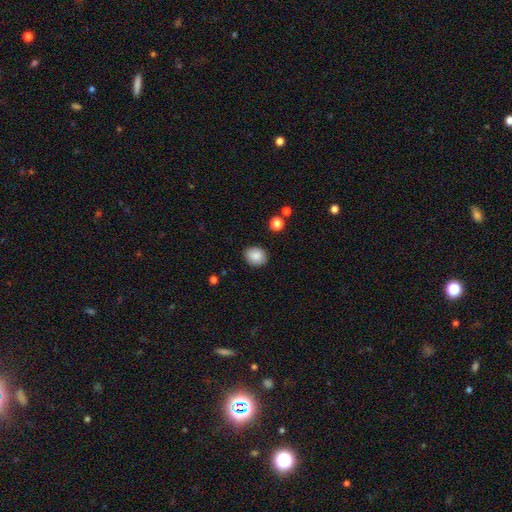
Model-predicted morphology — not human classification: Smooth or featured? Predicted: smooth (p=0.87). How rounded? Predicted: round (p=0.61). Merging? Predicted: none (p=0.88).